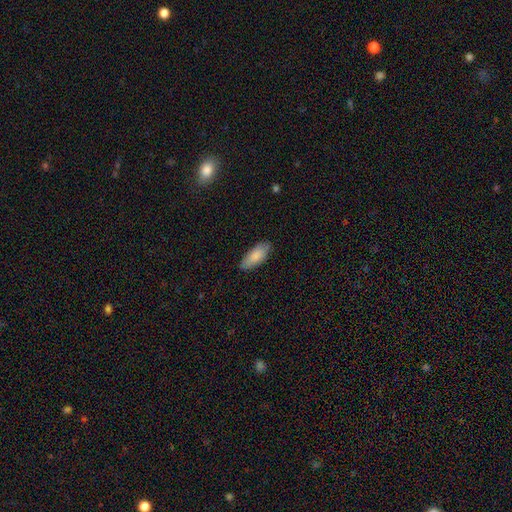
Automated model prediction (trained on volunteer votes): Smooth or featured?
  - smooth: 85% *
  - featured or disk: 9%
  - star or artifact: 6%
How rounded?
  - in between: 77% *
  - cigar-shaped: 21%
  - round: 2%
Merging?
  - none: 83% *
  - minor disturbance: 13%
  - major disturbance: 2%
  - merger: 1%